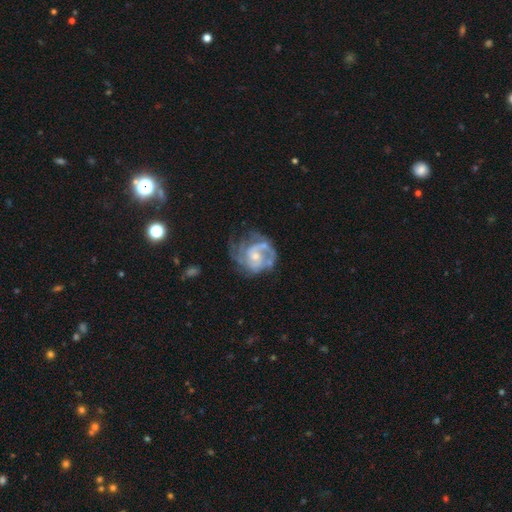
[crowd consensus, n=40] A featured or disk galaxy (82%) with no bar (59%), 2 (57%) medium (57%) spiral arms (88%) and a moderate central bulge (53%). Merging: major disturbance (54%).